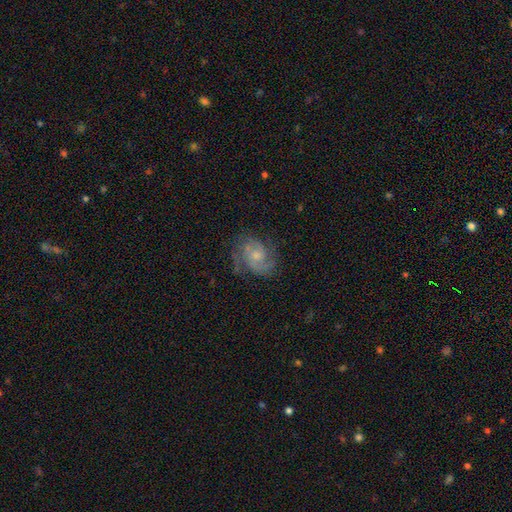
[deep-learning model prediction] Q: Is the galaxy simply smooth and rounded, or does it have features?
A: featured or disk — 75%.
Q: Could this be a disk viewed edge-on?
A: no — 98%.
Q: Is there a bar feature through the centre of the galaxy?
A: no — 68%.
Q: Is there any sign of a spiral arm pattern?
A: yes — 93%.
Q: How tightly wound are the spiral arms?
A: medium — 46%.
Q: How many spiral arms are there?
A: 2 — 56%.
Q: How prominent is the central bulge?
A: small — 51%.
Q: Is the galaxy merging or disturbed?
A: none — 67%.